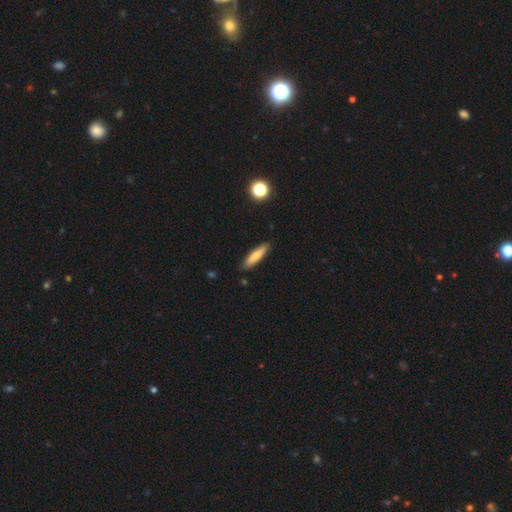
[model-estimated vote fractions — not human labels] A smooth galaxy with no disk features (76%) that is cigar-shaped (79%). Merging: none (87%).